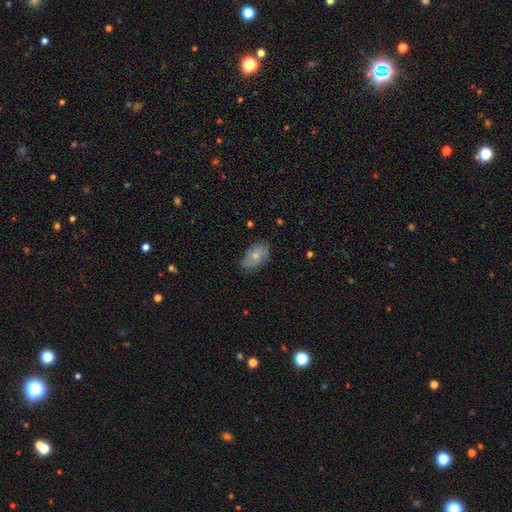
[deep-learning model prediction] Smooth or featured?
  - smooth: 59% *
  - featured or disk: 33%
  - star or artifact: 7%
How rounded?
  - in between: 89% *
  - round: 9%
  - cigar-shaped: 2%
Merging?
  - none: 74% *
  - minor disturbance: 21%
  - major disturbance: 4%
  - merger: 1%